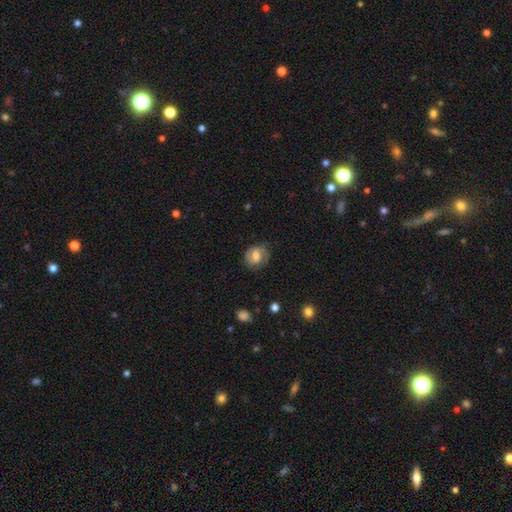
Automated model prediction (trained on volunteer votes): Smooth or featured: featured or disk — 56% (smooth — 37%)
Edge-on disk: no — 97% (yes — 3%)
Bar: weak — 50% (no — 30%)
Spiral arms: yes — 86% (no — 14%)
Bulge size: moderate — 56% (small — 22%)
Merging: none — 71% (minor disturbance — 19%)